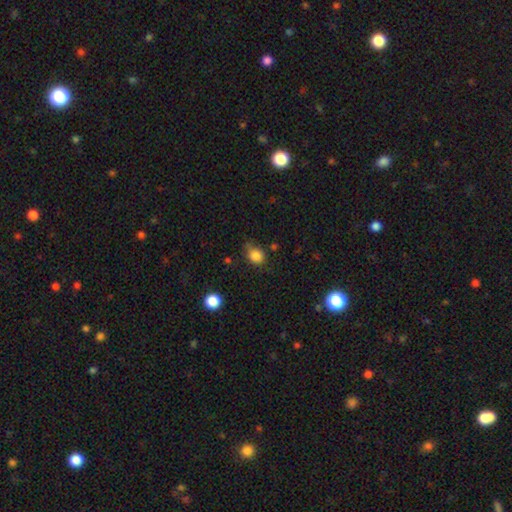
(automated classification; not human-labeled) Overall: smooth (84%). How rounded: round (74%). Merging: none (61%; minor disturbance 28%).